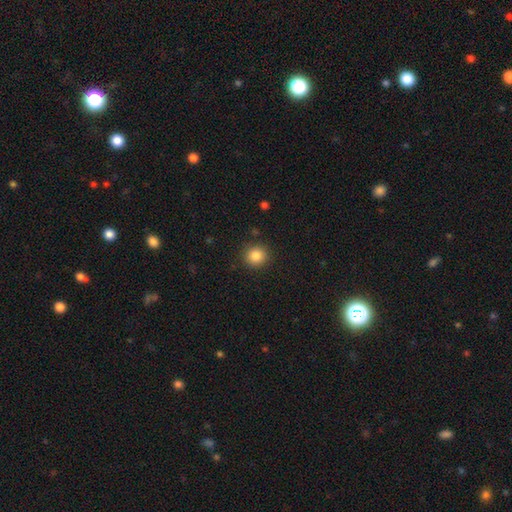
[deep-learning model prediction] Smooth or featured?
  - smooth: 85% *
  - star or artifact: 10%
  - featured or disk: 5%
How rounded?
  - round: 90% *
  - in between: 9%
  - cigar-shaped: 1%
Merging?
  - none: 89% *
  - minor disturbance: 7%
  - major disturbance: 2%
  - merger: 1%